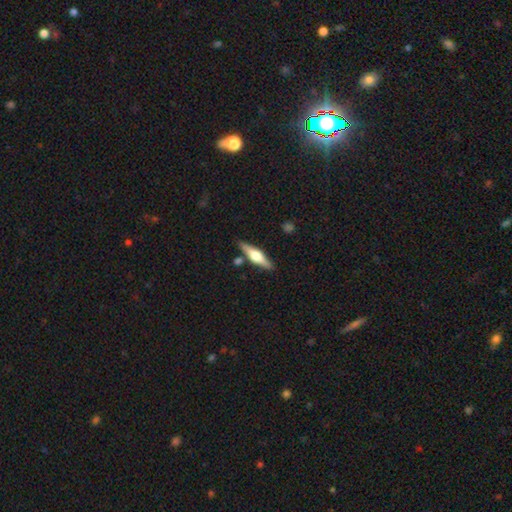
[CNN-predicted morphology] This is likely a featured or disk galaxy (66%). It is clearly viewed edge-on (97%). Edge-on bulge: clearly rounded (91%). Merging: clearly none (84%).